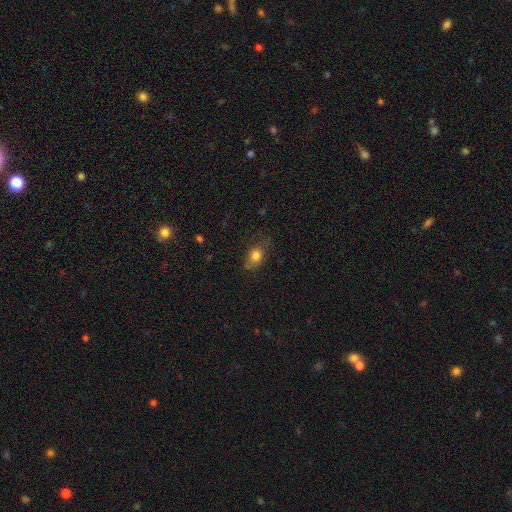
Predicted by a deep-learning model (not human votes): A smooth galaxy with no disk features (77%) that is in between round and cigar-shaped (67%).

Vote fractions:
- Smooth or featured? smooth: 77% / featured or disk: 13% / star or artifact: 10%
- How rounded? in between: 67% / round: 30% / cigar-shaped: 3%
- Merging? none: 57% / minor disturbance: 28% / major disturbance: 13% / merger: 2%